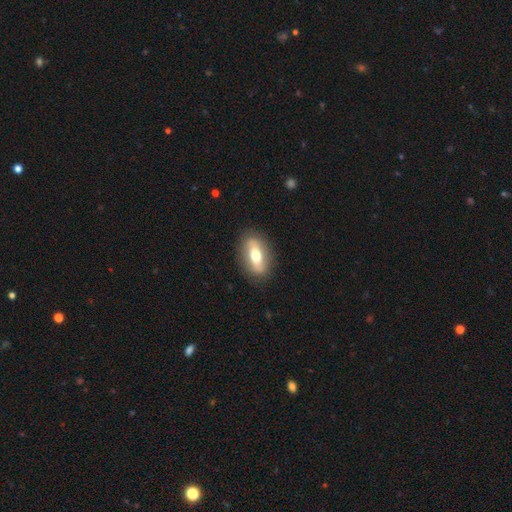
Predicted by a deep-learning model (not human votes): Q: Smooth or featured?
A: smooth (55%); runner-up: featured or disk (38%)
Q: How rounded?
A: in between (79%); runner-up: cigar-shaped (13%)
Q: Merging?
A: none (86%); runner-up: minor disturbance (10%)